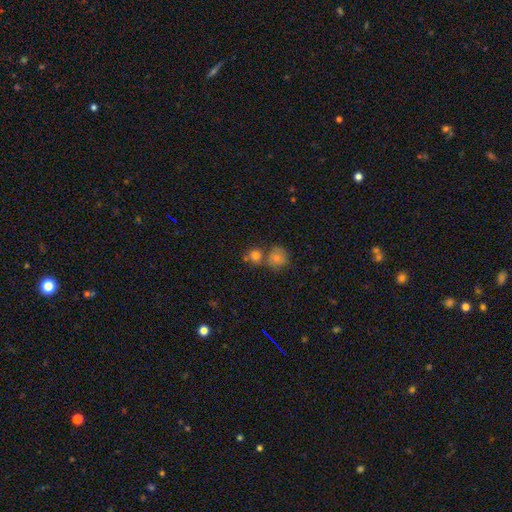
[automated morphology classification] The model was most divided on "merging": none: 53%, merger: 35%, minor disturbance: 9%, major disturbance: 4%. More confident: how rounded — round (86%); smooth or featured — smooth (77%).